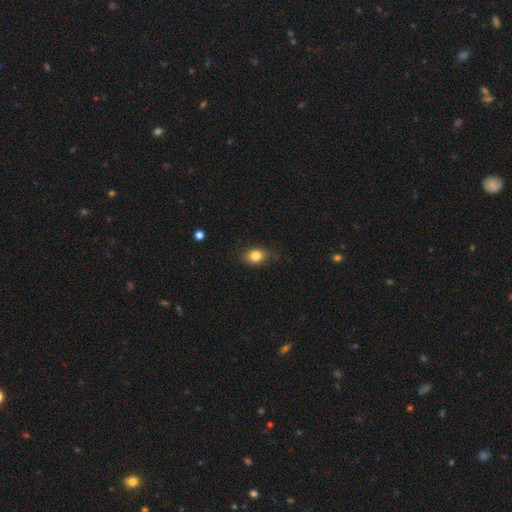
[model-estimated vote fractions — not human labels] smooth_or_featured: smooth (p=0.83) [alt: star or artifact p=0.09]
how_rounded: in between (p=0.64) [alt: round p=0.34]
merging: none (p=0.80) [alt: minor disturbance p=0.16]